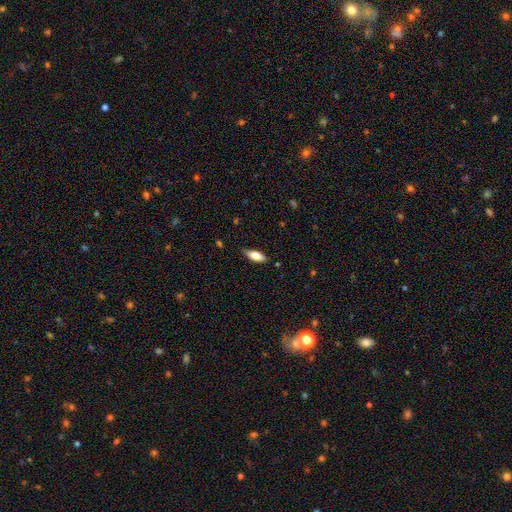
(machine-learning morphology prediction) This appears to be a smooth galaxy with no disk features (71%) that is in between round and cigar-shaped (74%). Merging: none (80%).